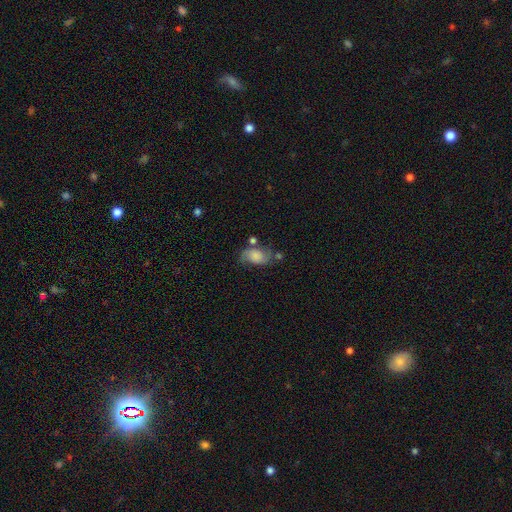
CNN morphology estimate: Smooth or featured: smooth — 52% (featured or disk — 39%)
How rounded: in between — 85% (round — 13%)
Merging: none — 49% (minor disturbance — 27%)